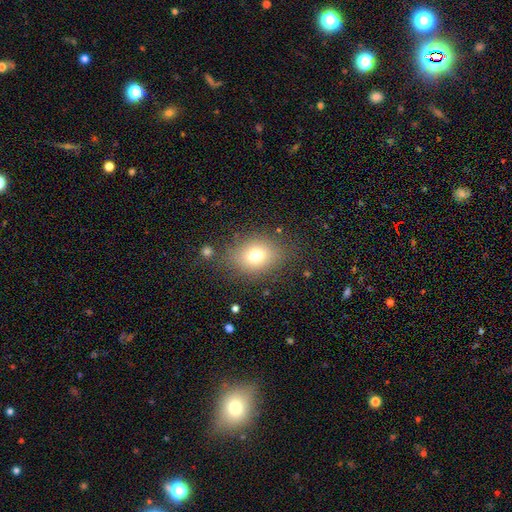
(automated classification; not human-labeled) This appears to be a smooth galaxy with no disk features (72%) that is round (50%). Merging: none (79%).